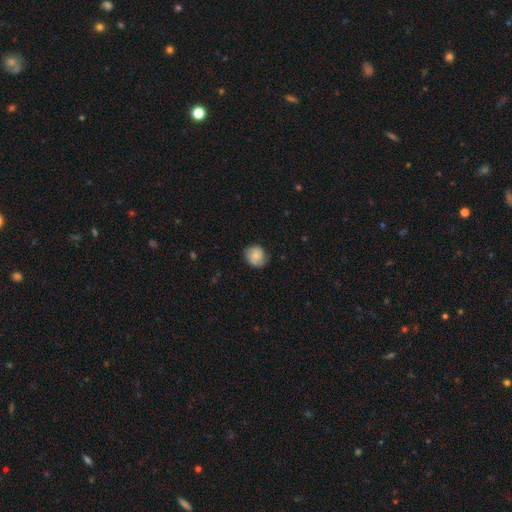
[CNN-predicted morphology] Smooth or featured? Predicted: smooth (p=0.74). How rounded? Predicted: round (p=0.81). Merging? Predicted: none (p=0.74).